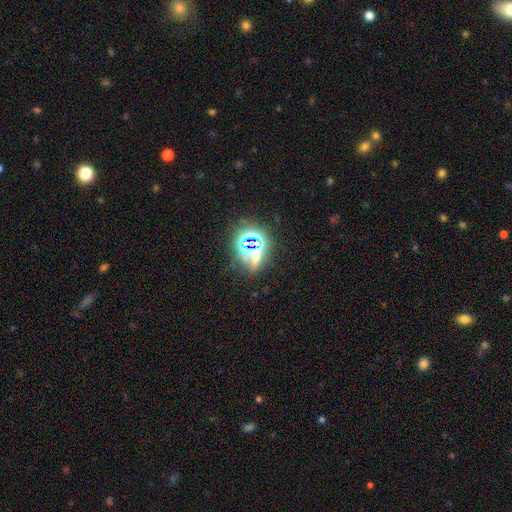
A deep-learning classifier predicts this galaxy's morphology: Smooth or featured: star or artifact — 68% (smooth — 21%)